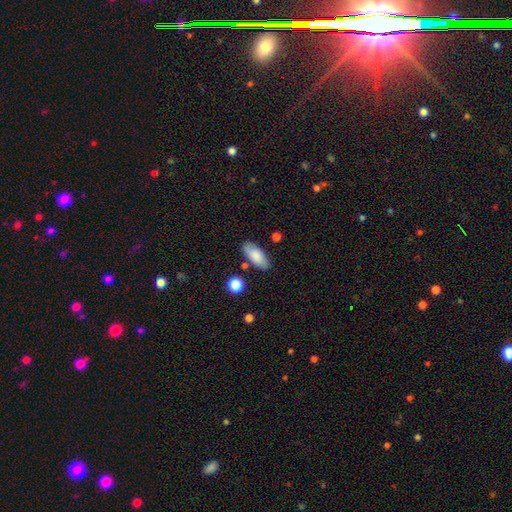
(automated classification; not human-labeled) Smooth or featured: smooth — 81% (featured or disk — 12%)
How rounded: in between — 86% (cigar-shaped — 11%)
Merging: none — 81% (minor disturbance — 12%)